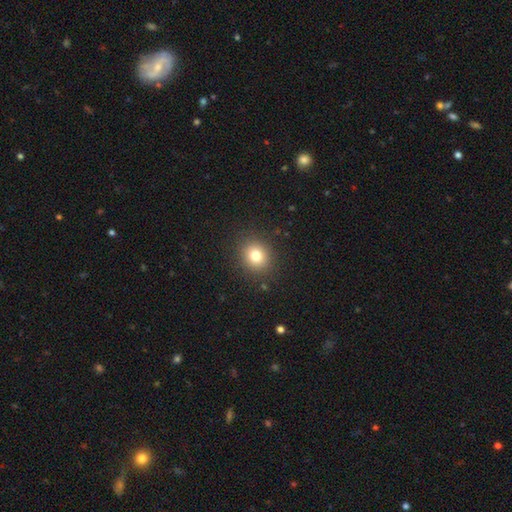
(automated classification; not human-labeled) This is likely a smooth galaxy (79%). How rounded: likely round (79%). Merging: clearly none (89%).